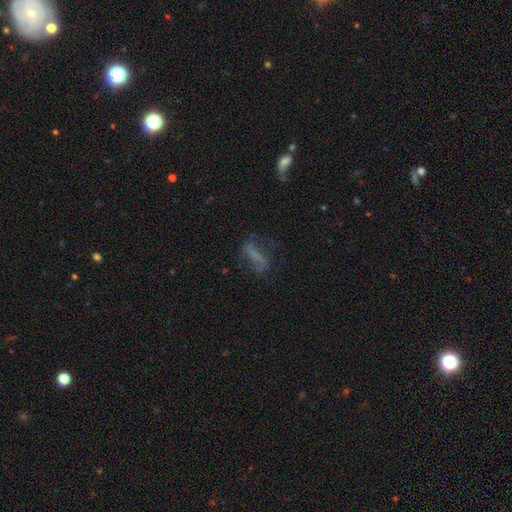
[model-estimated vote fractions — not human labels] Smooth or featured: smooth — 44% (featured or disk — 39%)
Merging: none — 53% (major disturbance — 22%)